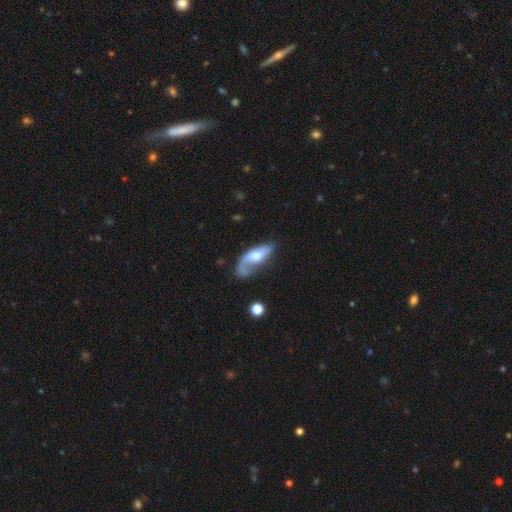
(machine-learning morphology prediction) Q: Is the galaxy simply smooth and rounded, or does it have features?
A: featured or disk — 57%.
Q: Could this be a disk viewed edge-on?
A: no — 85%.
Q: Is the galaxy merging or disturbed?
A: none — 35%.